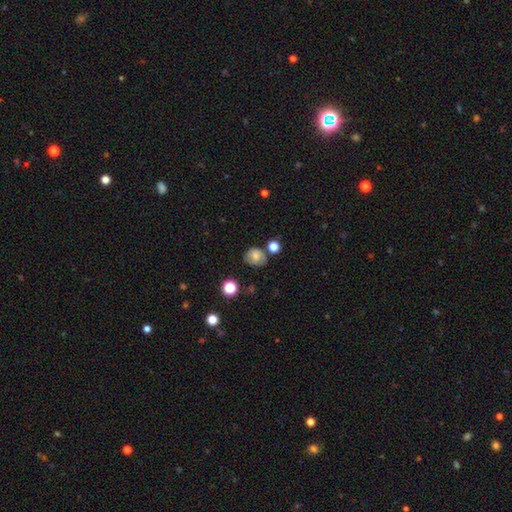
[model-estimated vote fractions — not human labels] Morphology: type=smooth (68%); roundness=round (71%); merging=none (64%).